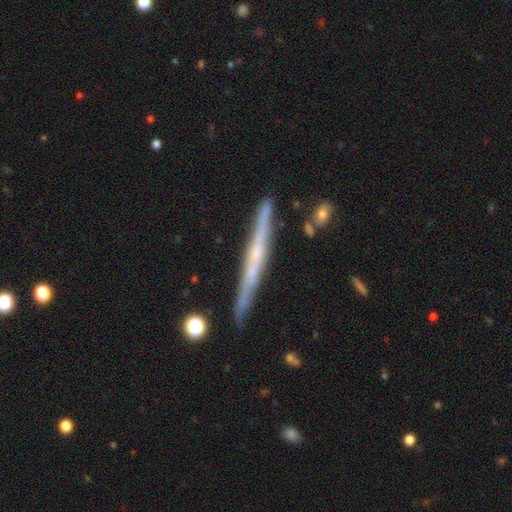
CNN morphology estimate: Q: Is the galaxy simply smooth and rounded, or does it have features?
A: featured or disk — 67%.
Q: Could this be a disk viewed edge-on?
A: yes — 97%.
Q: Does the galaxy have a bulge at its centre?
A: none — 64%.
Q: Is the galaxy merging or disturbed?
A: none — 86%.